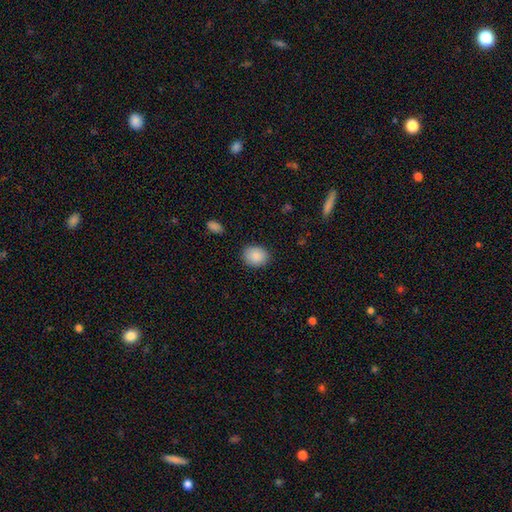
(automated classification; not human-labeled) Q: Smooth or featured?
A: smooth (88%); runner-up: star or artifact (7%)
Q: How rounded?
A: round (60%); runner-up: in between (39%)
Q: Merging?
A: none (87%); runner-up: minor disturbance (9%)